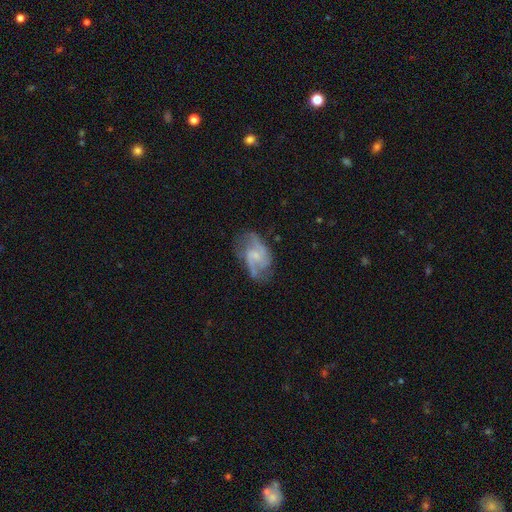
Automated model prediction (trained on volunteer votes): Smooth or featured?
  - featured or disk: 80% *
  - smooth: 14%
  - star or artifact: 6%
Edge-on disk?
  - no: 97% *
  - yes: 3%
Bar?
  - no: 48% *
  - weak: 44%
  - strong: 8%
Spiral arms?
  - yes: 92% *
  - no: 8%
Spiral winding?
  - medium: 48% *
  - loose: 36%
  - tight: 16%
Spiral arm count?
  - 2: 71% *
  - can't tell: 11%
  - 3: 9%
  - 1: 3%
  - 4: 3%
  - more than 4: 2%
Bulge size?
  - small: 60% *
  - moderate: 20%
  - none: 17%
  - large: 2%
  - dominant: 1%
Merging?
  - none: 60% *
  - minor disturbance: 23%
  - major disturbance: 15%
  - merger: 2%